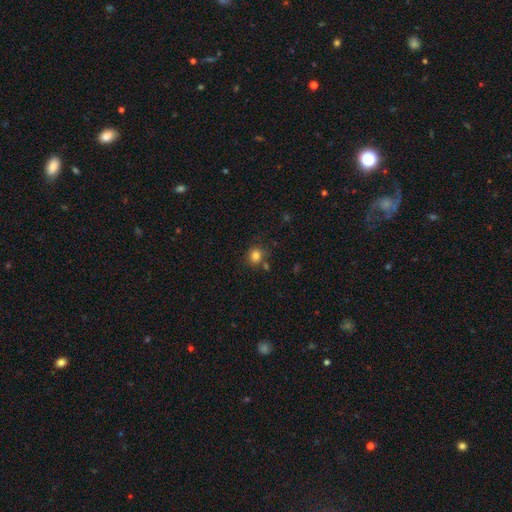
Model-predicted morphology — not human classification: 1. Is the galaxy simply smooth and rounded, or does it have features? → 83% smooth, 12% star or artifact, 5% featured or disk.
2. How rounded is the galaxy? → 83% round, 16% in between, 1% cigar-shaped.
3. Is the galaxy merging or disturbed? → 76% none, 12% minor disturbance, 9% merger, 3% major disturbance.